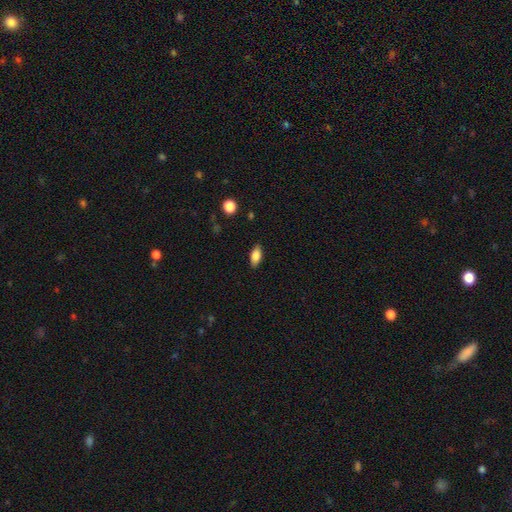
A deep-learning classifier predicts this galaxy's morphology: Q: Smooth or featured?
A: smooth (82%); runner-up: featured or disk (10%)
Q: How rounded?
A: in between (86%); runner-up: cigar-shaped (10%)
Q: Merging?
A: none (86%); runner-up: minor disturbance (11%)